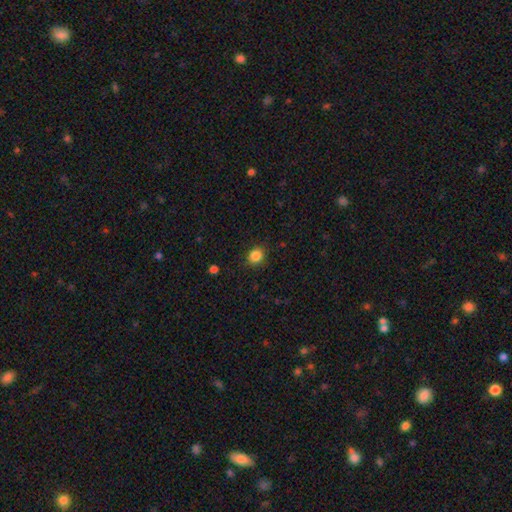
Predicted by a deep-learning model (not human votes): Q: Smooth or featured?
A: smooth (85%); runner-up: star or artifact (11%)
Q: How rounded?
A: round (78%); runner-up: in between (22%)
Q: Merging?
A: none (89%); runner-up: minor disturbance (8%)